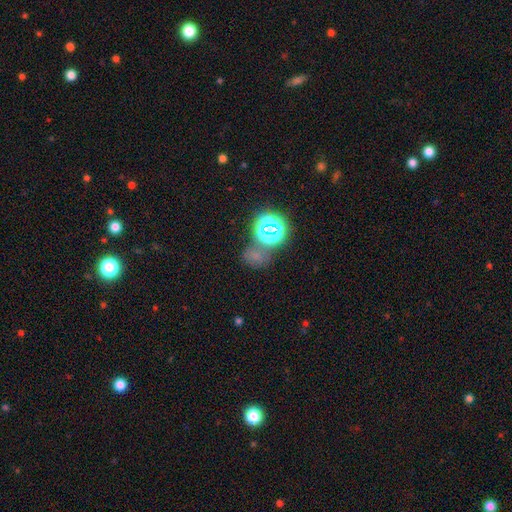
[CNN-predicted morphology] This appears to be a smooth galaxy with no disk features (50%) that is round (63%). Merging: none (55%).